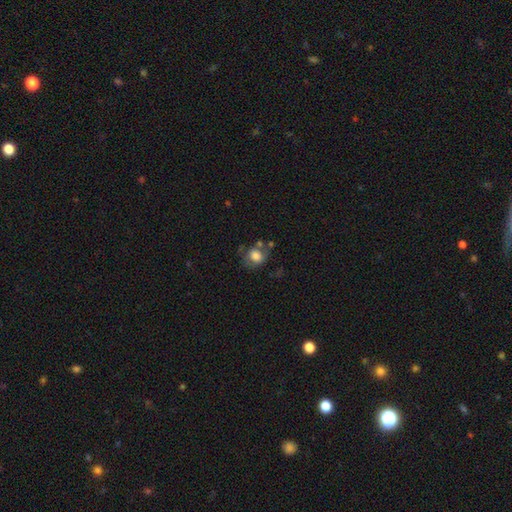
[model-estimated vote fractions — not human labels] The model was most divided on "how rounded": round: 56%, in between: 43%, cigar-shaped: 1%. Remaining: smooth or featured — smooth (71%); merging — none (48%).